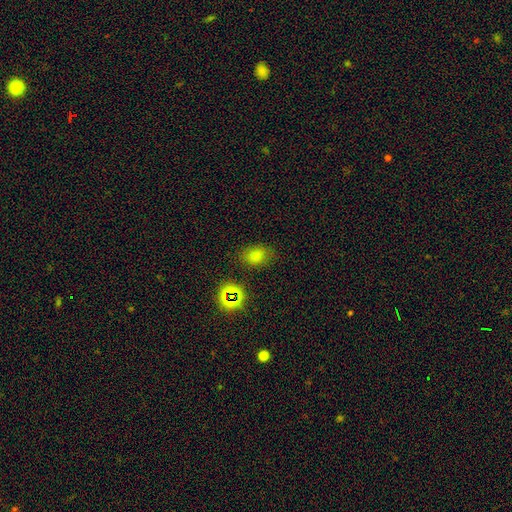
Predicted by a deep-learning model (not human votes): smooth 68%, star or artifact 24%, featured or disk 8%. Down the decision tree: how rounded — in between (67%); merging — none (81%).